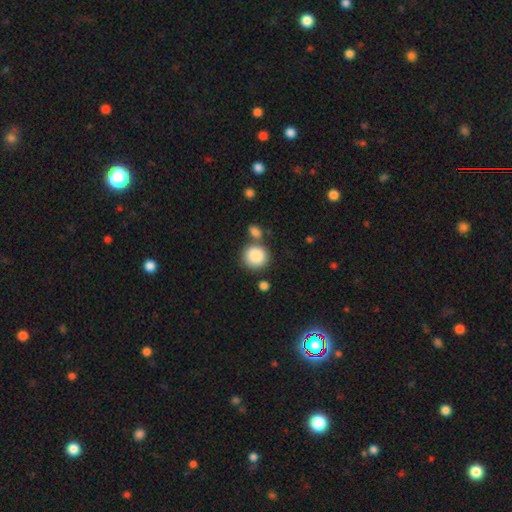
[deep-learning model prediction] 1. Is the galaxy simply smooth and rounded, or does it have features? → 87% smooth, 7% star or artifact, 5% featured or disk.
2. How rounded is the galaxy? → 89% round, 10% in between, 1% cigar-shaped.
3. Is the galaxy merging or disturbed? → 67% none, 19% merger, 11% minor disturbance, 4% major disturbance.